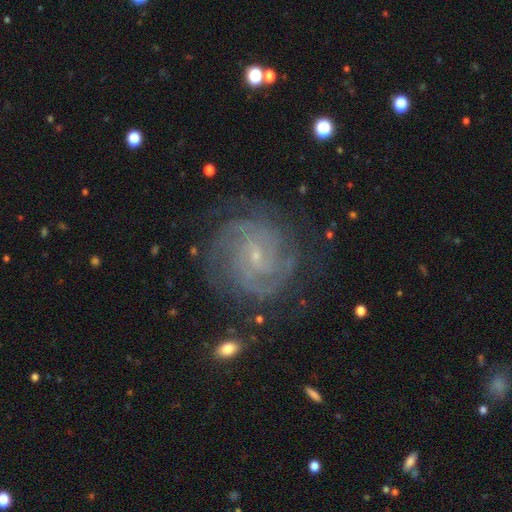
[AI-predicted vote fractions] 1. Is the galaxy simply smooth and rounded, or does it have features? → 86% featured or disk, 8% star or artifact, 6% smooth.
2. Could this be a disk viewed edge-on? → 97% no, 3% yes.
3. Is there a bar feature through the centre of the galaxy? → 45% no, 44% weak, 12% strong.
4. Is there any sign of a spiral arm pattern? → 97% yes, 3% no.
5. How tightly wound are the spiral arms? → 69% tight, 26% medium, 5% loose.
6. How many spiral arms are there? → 25% can't tell, 23% 2, 19% 3, 17% 4, 9% more than 4, 7% 1.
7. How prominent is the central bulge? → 83% small, 11% moderate, 4% none, 1% large, 1% dominant.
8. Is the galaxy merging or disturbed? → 80% none, 13% minor disturbance, 6% major disturbance, 1% merger.